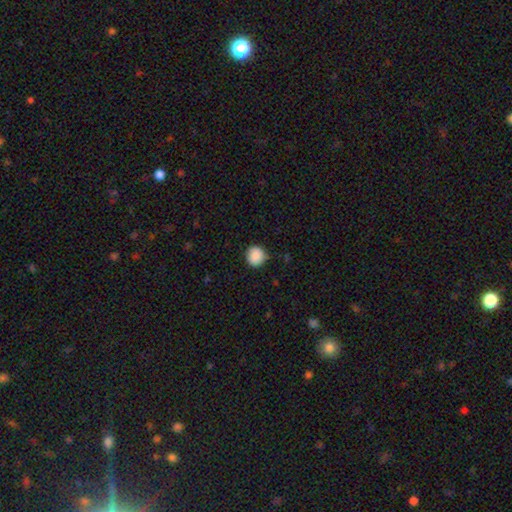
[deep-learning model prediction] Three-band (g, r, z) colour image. It shows a smooth galaxy with no disk features (89%) that is round (89%). Merging: none (84%).